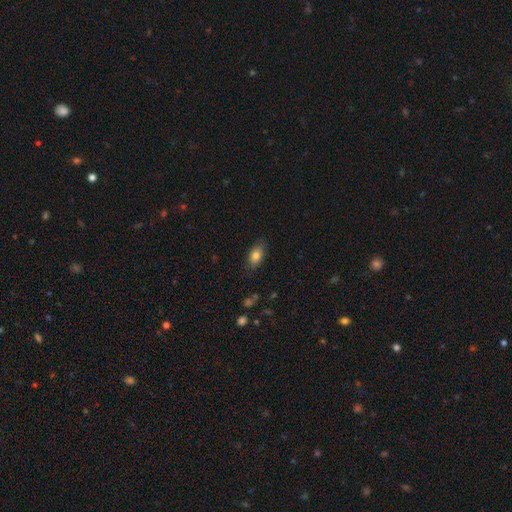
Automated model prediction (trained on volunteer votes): Smooth or featured? Predicted: smooth (p=0.80). How rounded? Predicted: in between (p=0.87). Merging? Predicted: none (p=0.82).